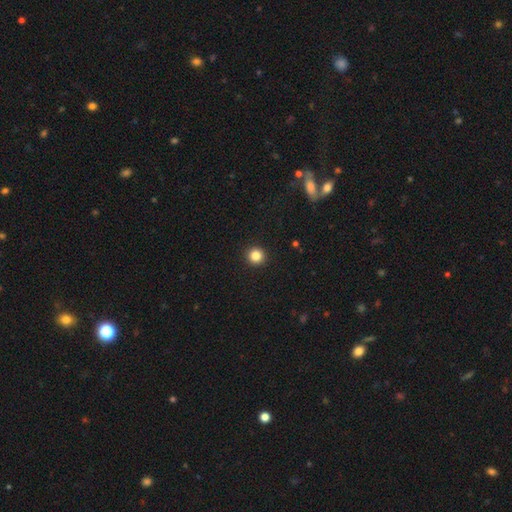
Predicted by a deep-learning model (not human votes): Smooth or featured?
  - smooth: 85% *
  - star or artifact: 11%
  - featured or disk: 4%
How rounded?
  - round: 95% *
  - in between: 4%
  - cigar-shaped: 1%
Merging?
  - none: 94% *
  - minor disturbance: 4%
  - major disturbance: 1%
  - merger: 1%